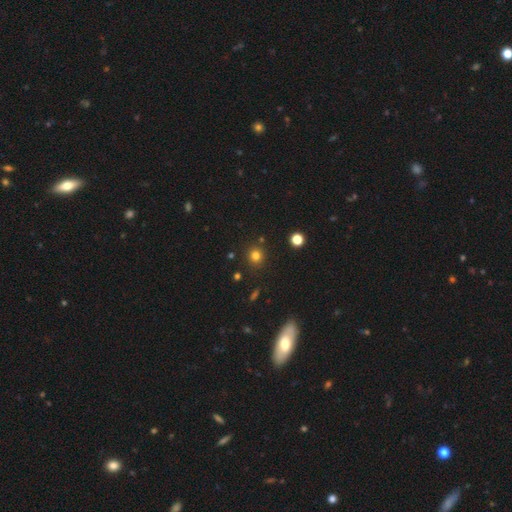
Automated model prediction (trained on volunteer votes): Q: Smooth or featured?
A: smooth (78%); runner-up: star or artifact (16%)
Q: How rounded?
A: round (90%); runner-up: in between (9%)
Q: Merging?
A: none (86%); runner-up: minor disturbance (7%)